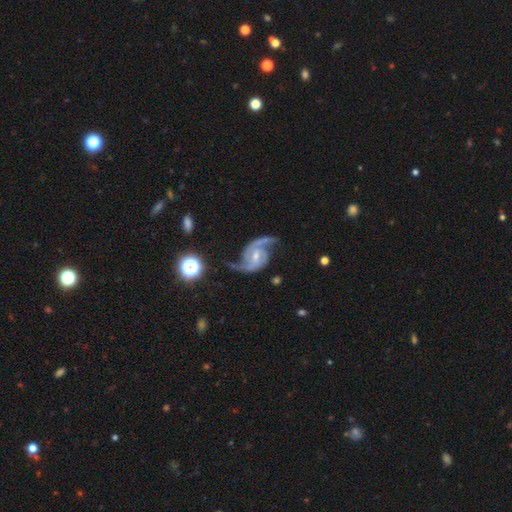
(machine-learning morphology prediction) smooth_or_featured: featured or disk (p=0.91) [alt: star or artifact p=0.05]
disk_edge_on: no (p=0.98) [alt: yes p=0.02]
bar: weak (p=0.47) [alt: no p=0.38]
has_spiral_arms: yes (p=0.98) [alt: no p=0.02]
spiral_winding: medium (p=0.49) [alt: loose p=0.38]
spiral_arm_count: 2 (p=0.92) [alt: 3 p=0.02]
bulge_size: small (p=0.48) [alt: moderate p=0.45]
merging: none (p=0.69) [alt: minor disturbance p=0.18]